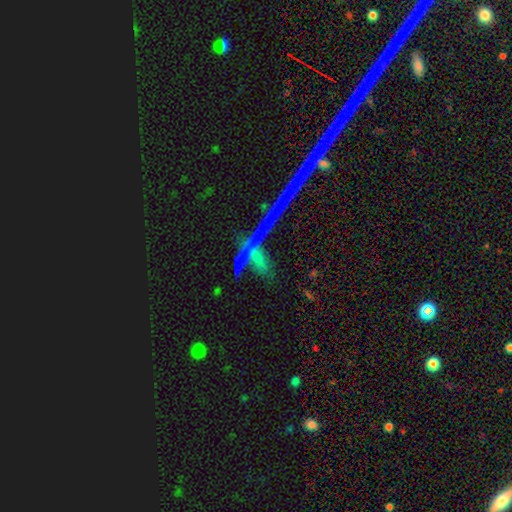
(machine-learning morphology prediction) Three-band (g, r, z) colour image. It shows a star or artifact, not a galaxy (48%).